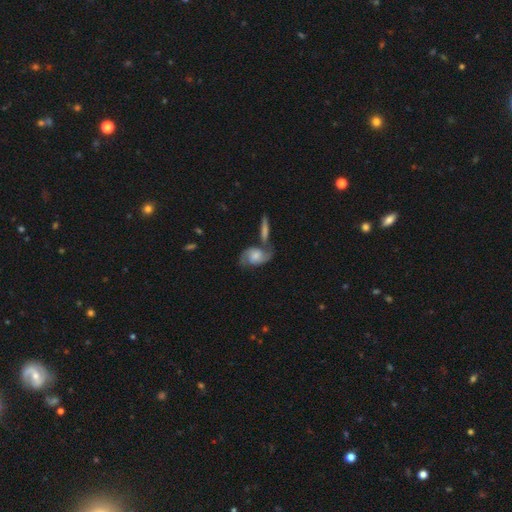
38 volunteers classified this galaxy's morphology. featured or disk 74%, smooth 24%, star or artifact 3%. Down the decision tree: edge-on disk — no (96%); bar — weak (44%, tied with no); spiral arms — yes (100%); spiral arm count — 2 (81%); spiral winding — medium (59%); bulge size — moderate (41%); merging — merger (43%).